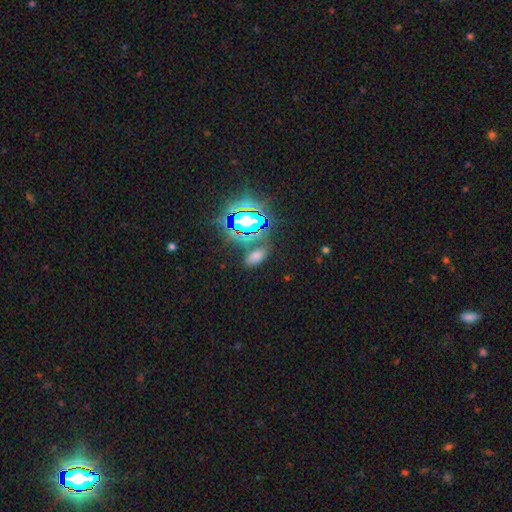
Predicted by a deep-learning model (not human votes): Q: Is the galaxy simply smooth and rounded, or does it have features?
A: smooth — 57%.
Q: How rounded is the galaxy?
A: in between — 88%.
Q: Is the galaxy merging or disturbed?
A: none — 75%.